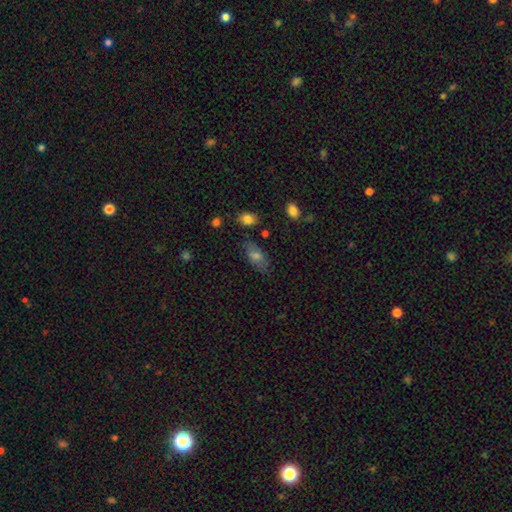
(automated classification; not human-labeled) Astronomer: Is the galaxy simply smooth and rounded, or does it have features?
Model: smooth — 70%.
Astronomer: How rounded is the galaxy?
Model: in between — 84%.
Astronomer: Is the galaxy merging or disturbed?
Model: none — 76%.